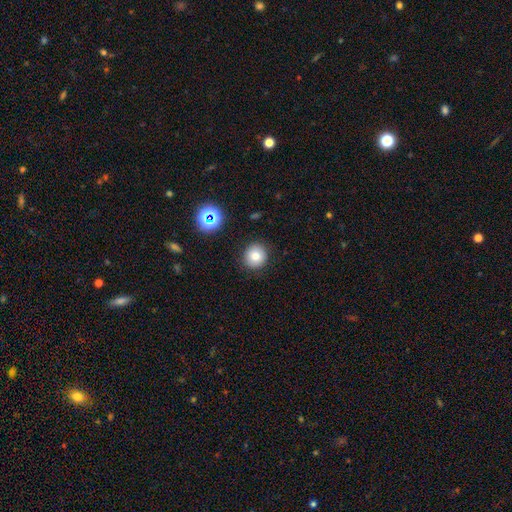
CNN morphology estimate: smooth 77%, star or artifact 14%, featured or disk 9%. Down the decision tree: how rounded — round (89%); merging — none (89%).